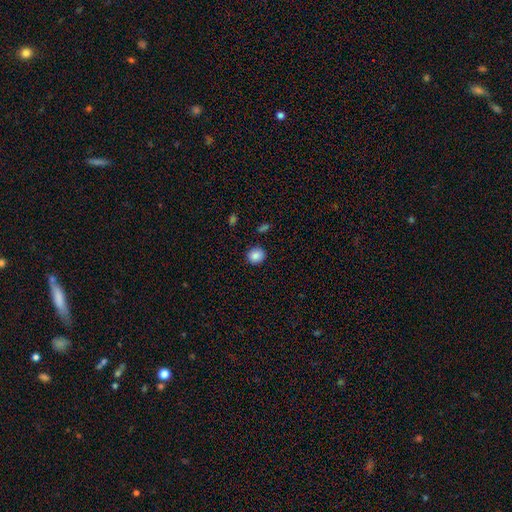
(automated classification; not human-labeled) Overall: smooth (87%). How rounded: round (85%). Merging: none (89%).